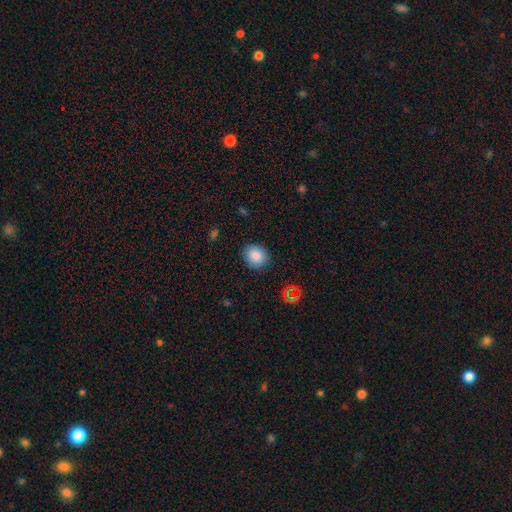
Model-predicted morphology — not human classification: A smooth galaxy with no disk features (85%) that is round (77%).

Vote fractions:
- Smooth or featured? smooth: 85% / star or artifact: 11% / featured or disk: 5%
- How rounded? round: 77% / in between: 22% / cigar-shaped: 1%
- Merging? none: 88% / minor disturbance: 8% / major disturbance: 3% / merger: 1%